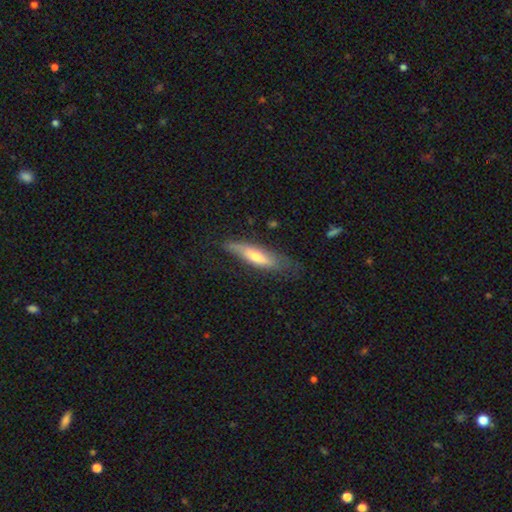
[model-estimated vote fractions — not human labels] A smooth galaxy with no disk features (53%) that is cigar-shaped (68%).

Vote fractions:
- Smooth or featured? smooth: 53% / featured or disk: 41% / star or artifact: 6%
- How rounded? cigar-shaped: 68% / in between: 30% / round: 2%
- Merging? none: 63% / minor disturbance: 27% / major disturbance: 9% / merger: 2%